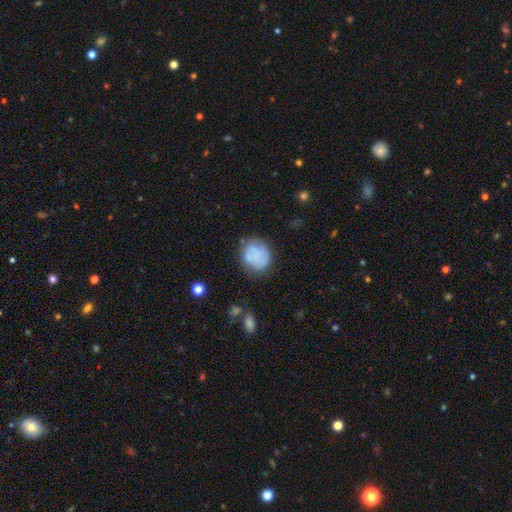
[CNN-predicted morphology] Overall: smooth (65%; featured or disk 26%). How rounded: round (70%). Merging: none (61%; minor disturbance 24%).